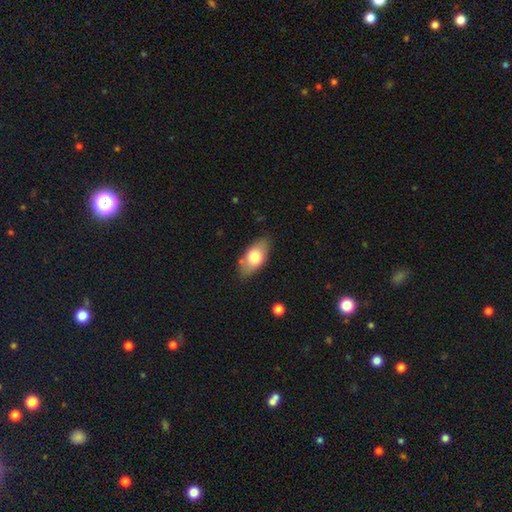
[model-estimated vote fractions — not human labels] This appears to be a smooth galaxy with no disk features (73%) that is in between round and cigar-shaped (90%). Merging: none (80%).